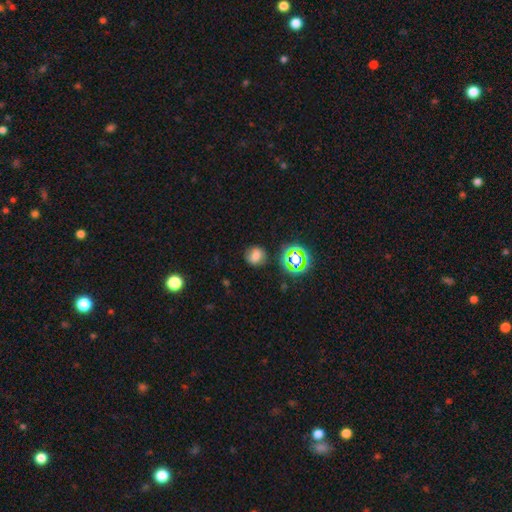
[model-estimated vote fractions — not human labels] Morphology: type=smooth (65%); roundness=round (80%); merging=none (80%).